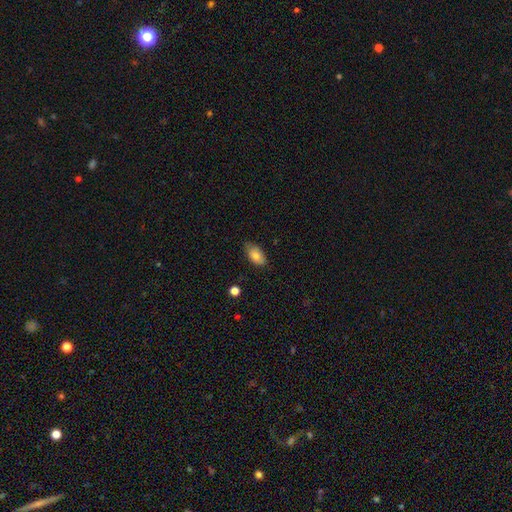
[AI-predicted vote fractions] This appears to be a smooth galaxy with no disk features (80%) that is in between round and cigar-shaped (92%). Merging: none (73%).